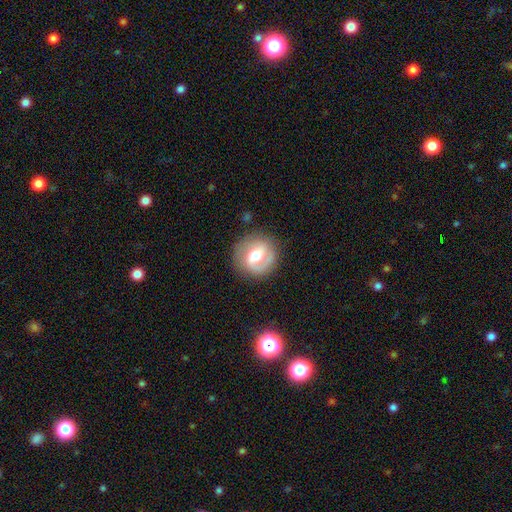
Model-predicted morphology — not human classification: smooth_or_featured: featured or disk (p=0.67) [alt: smooth p=0.27]
disk_edge_on: no (p=0.97) [alt: yes p=0.03]
bar: weak (p=0.50) [alt: strong p=0.28]
has_spiral_arms: yes (p=0.83) [alt: no p=0.17]
spiral_winding: medium (p=0.42) [alt: tight p=0.37]
spiral_arm_count: 2 (p=0.65) [alt: 1 p=0.24]
bulge_size: moderate (p=0.66) [alt: large p=0.15]
merging: none (p=0.80) [alt: minor disturbance p=0.13]